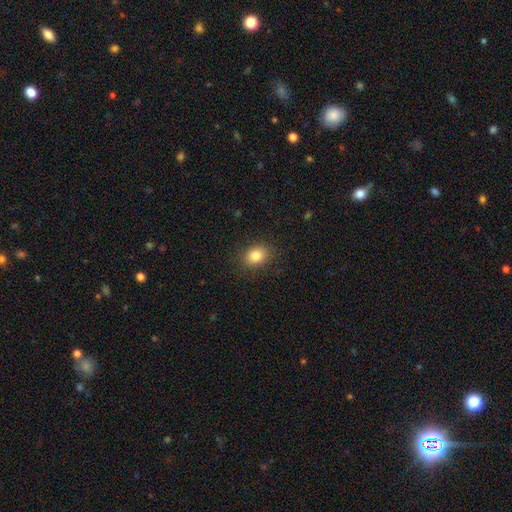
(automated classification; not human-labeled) Q: Smooth or featured?
A: smooth (84%); runner-up: star or artifact (10%)
Q: How rounded?
A: in between (56%); runner-up: round (43%)
Q: Merging?
A: none (86%); runner-up: minor disturbance (10%)